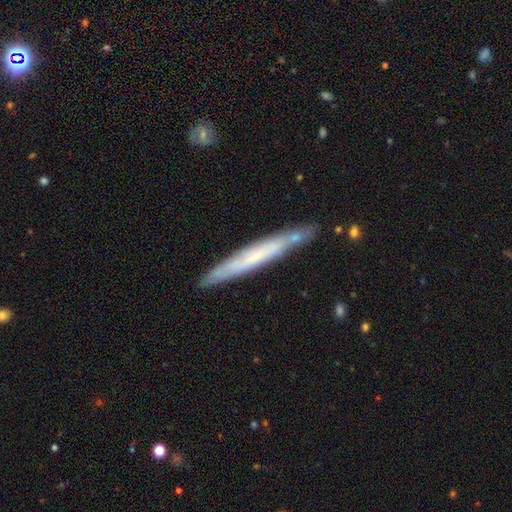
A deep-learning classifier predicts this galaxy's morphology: Smooth or featured? featured or disk (52%)
Edge-on disk? yes (87%)
Merging? none (83%)